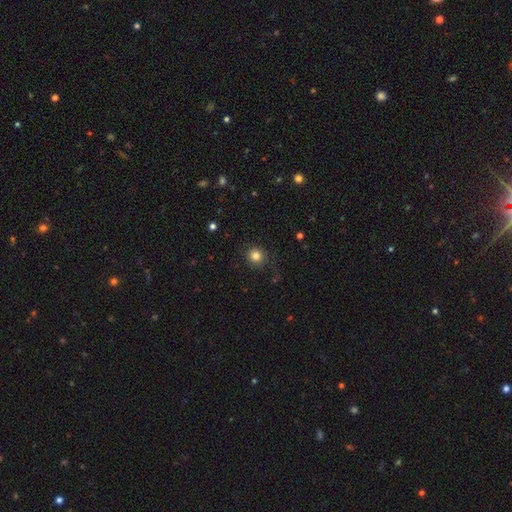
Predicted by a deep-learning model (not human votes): smooth_or_featured: smooth (p=0.82) [alt: star or artifact p=0.12]
how_rounded: round (p=0.91) [alt: in between p=0.08]
merging: none (p=0.85) [alt: minor disturbance p=0.09]